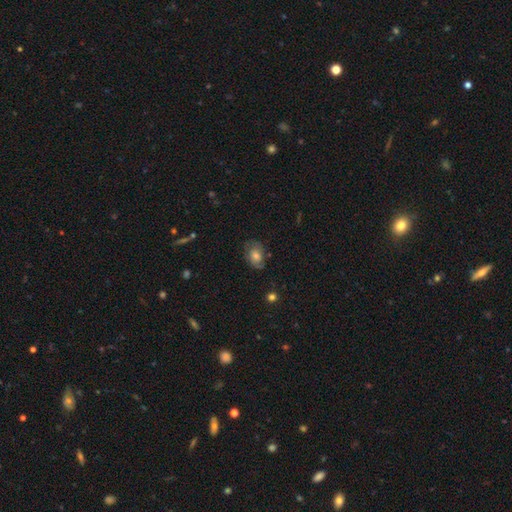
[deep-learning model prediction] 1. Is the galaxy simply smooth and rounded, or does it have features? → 51% smooth, 39% featured or disk, 11% star or artifact.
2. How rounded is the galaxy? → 78% in between, 20% round, 2% cigar-shaped.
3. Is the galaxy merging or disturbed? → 67% none, 23% minor disturbance, 8% major disturbance, 2% merger.